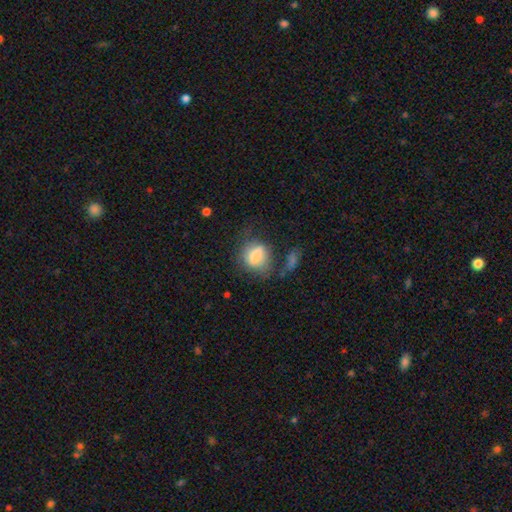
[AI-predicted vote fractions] Overall: smooth (68%). How rounded: in between (60%; round 34%). Merging: none (40%; minor disturbance 25%).